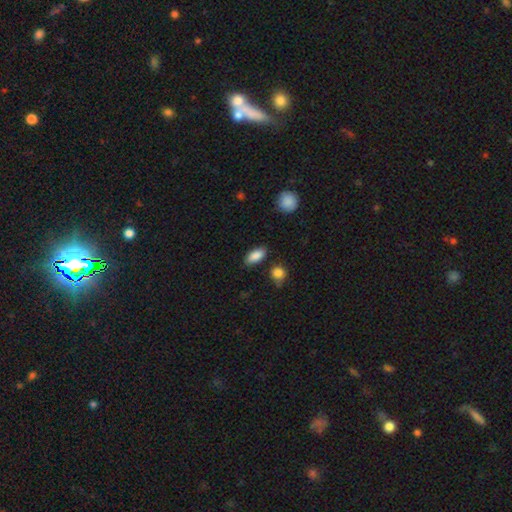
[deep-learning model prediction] This appears to be a smooth galaxy with no disk features (87%) that is in between round and cigar-shaped (87%). Merging: none (81%).